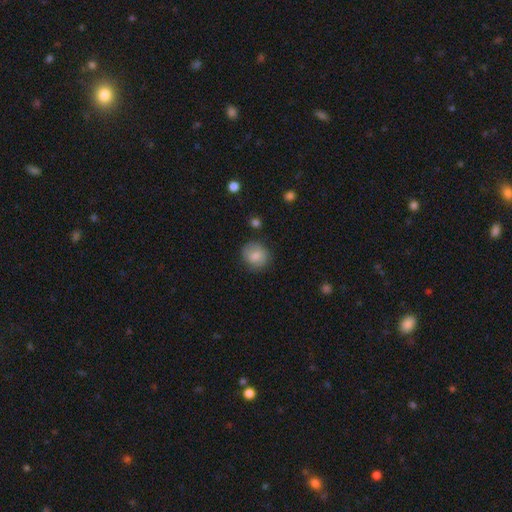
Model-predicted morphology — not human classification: smooth 77%, featured or disk 15%, star or artifact 8%. Down the decision tree: how rounded — round (81%); merging — none (78%).